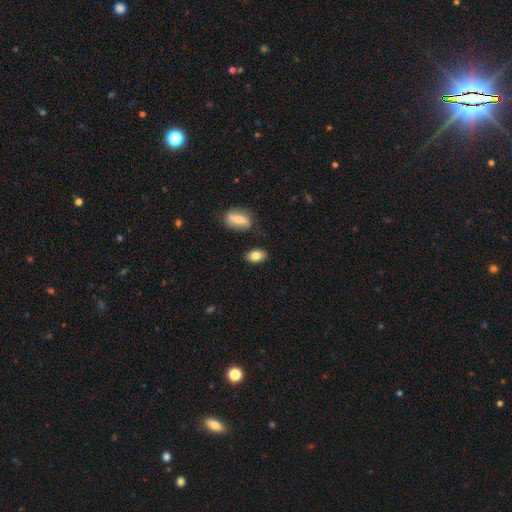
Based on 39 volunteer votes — Volunteers were most divided on "smooth or featured": smooth: 62%, featured or disk: 31%, star or artifact: 8%. More confident: how rounded — in between (96%); merging — none (81%).